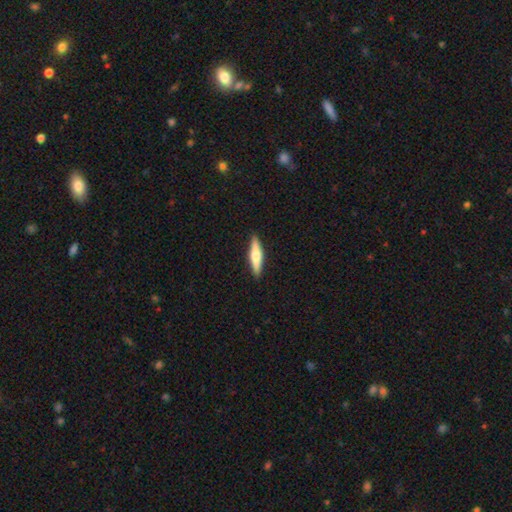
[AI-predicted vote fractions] Overall: smooth (54%; featured or disk 41%). How rounded: cigar-shaped (79%). Merging: none (90%).